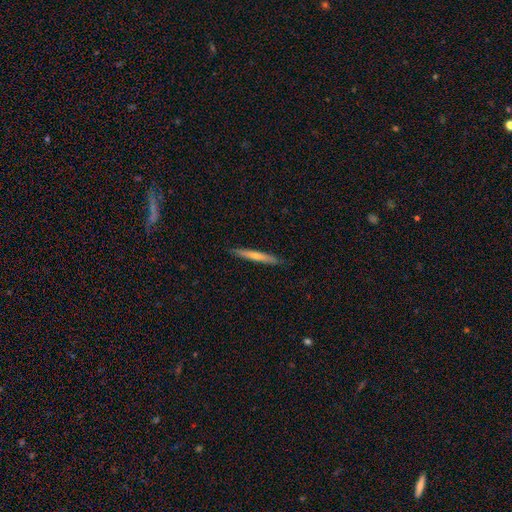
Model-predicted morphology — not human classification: The model was most divided on "smooth or featured": featured or disk: 56%, smooth: 35%, star or artifact: 9%. More confident: edge-on disk — yes (96%); merging — none (90%); edge-on bulge — rounded (58%).